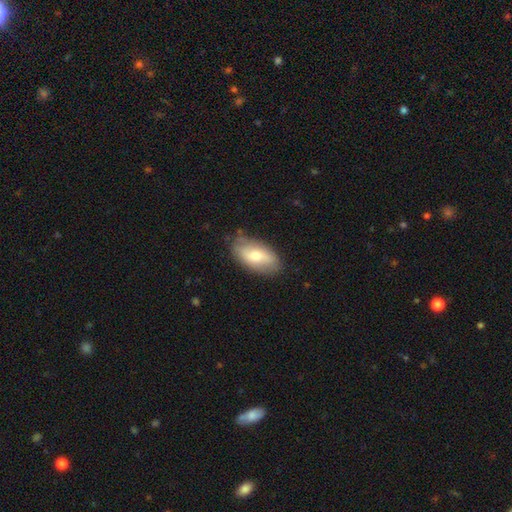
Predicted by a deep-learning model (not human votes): Morphology: type=smooth (60%); roundness=in between (92%); merging=none (78%).